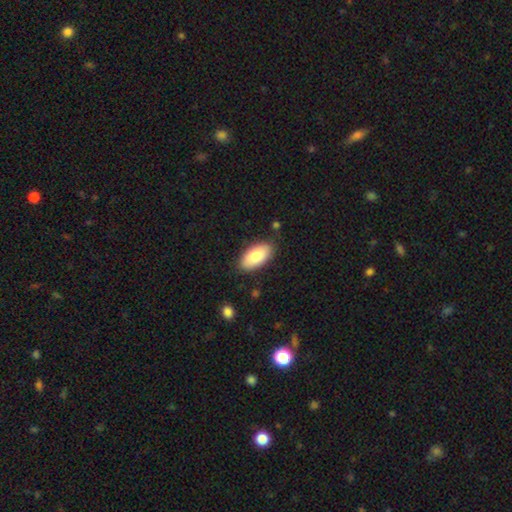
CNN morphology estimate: The model was most divided on "smooth or featured": smooth: 82%, featured or disk: 12%, star or artifact: 6%. More confident: how rounded — in between (94%); merging — none (83%).